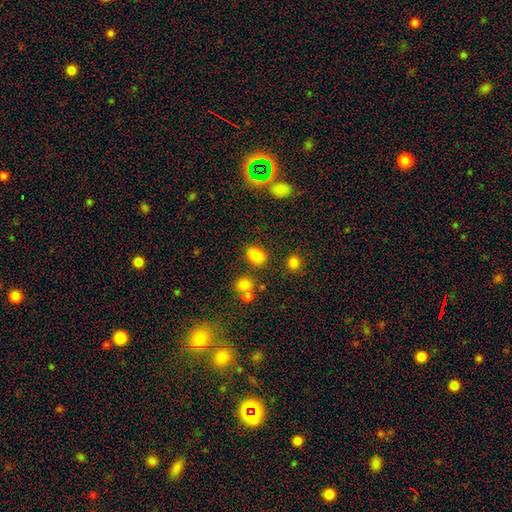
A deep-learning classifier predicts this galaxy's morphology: type=smooth (82%); roundness=in between (79%); merging=none (79%).